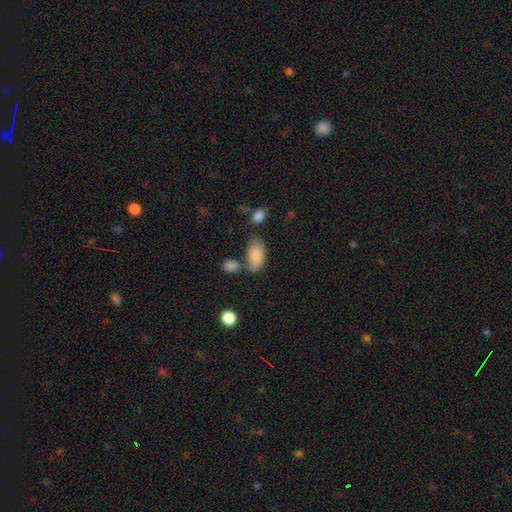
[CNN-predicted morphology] smooth_or_featured: smooth (p=0.86) [alt: star or artifact p=0.08]
how_rounded: in between (p=0.93) [alt: round p=0.04]
merging: none (p=0.56) [alt: minor disturbance p=0.21]